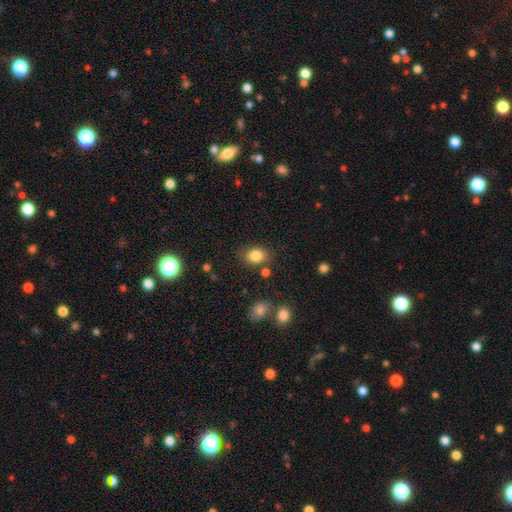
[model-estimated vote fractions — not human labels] Smooth or featured? Predicted: smooth (p=0.83). How rounded? Predicted: in between (p=0.60). Merging? Predicted: none (p=0.78).